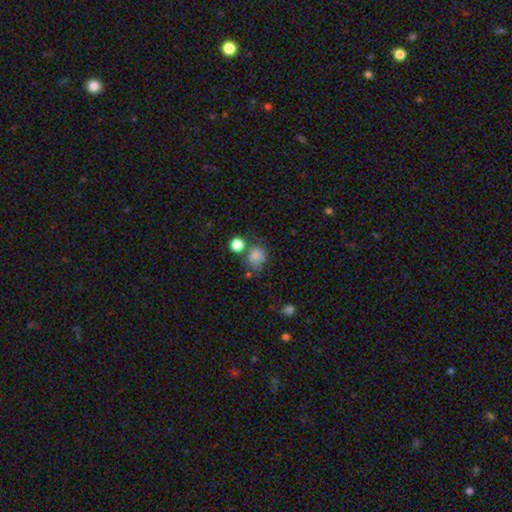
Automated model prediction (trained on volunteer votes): Smooth or featured?
  - smooth: 79% *
  - star or artifact: 12%
  - featured or disk: 9%
How rounded?
  - round: 69% *
  - in between: 30%
  - cigar-shaped: 1%
Merging?
  - none: 53% *
  - minor disturbance: 20%
  - merger: 18%
  - major disturbance: 9%